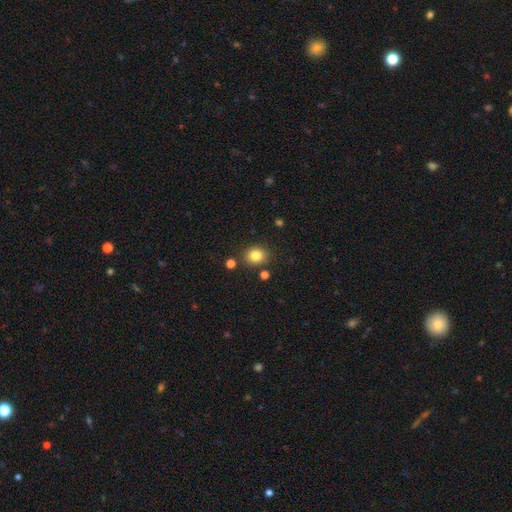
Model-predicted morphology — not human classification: Overall: smooth (82%). How rounded: round (74%). Merging: none (83%).